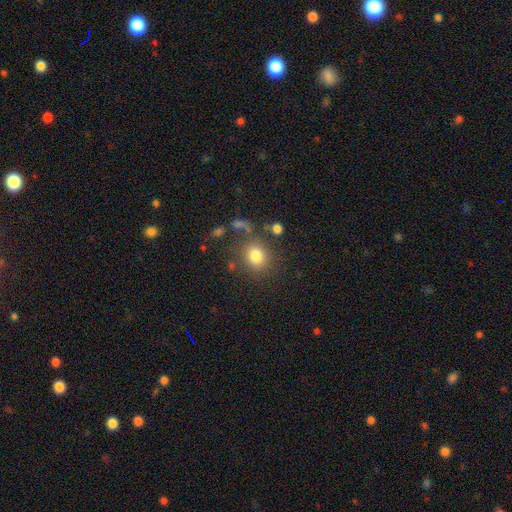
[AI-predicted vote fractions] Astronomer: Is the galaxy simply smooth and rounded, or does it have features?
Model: smooth — 80%.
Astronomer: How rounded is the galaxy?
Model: round — 69%.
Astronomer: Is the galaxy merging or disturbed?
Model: none — 71%.